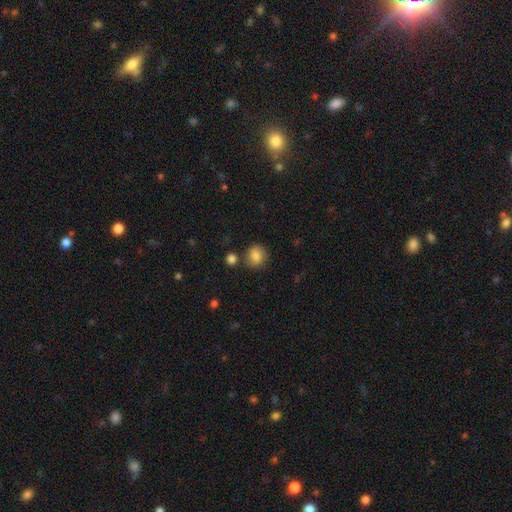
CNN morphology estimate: This appears to be a smooth galaxy with no disk features (80%) that is round (82%). Merging: none (76%).